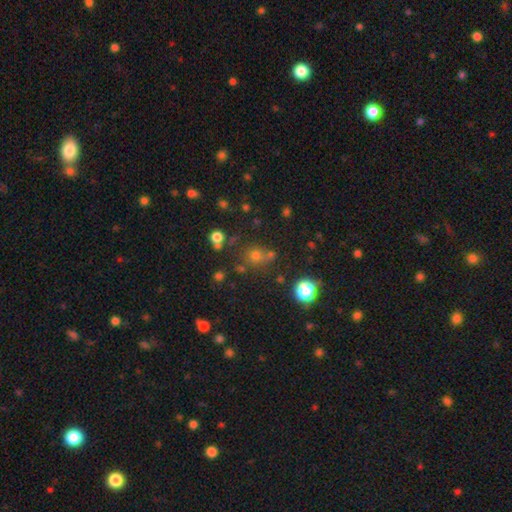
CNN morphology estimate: Smooth or featured? Predicted: smooth (p=0.61). How rounded? Predicted: round (p=0.83). Merging? Predicted: none (p=0.60).